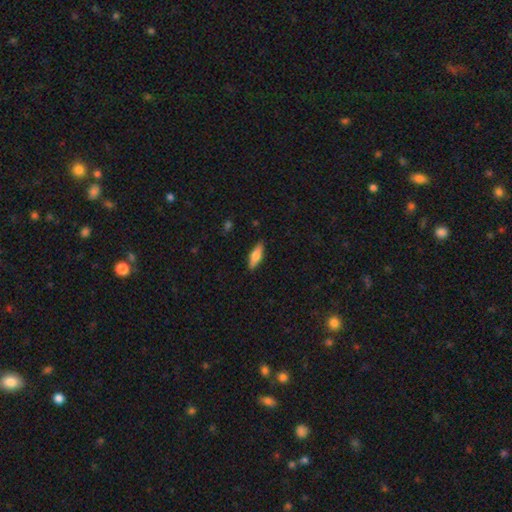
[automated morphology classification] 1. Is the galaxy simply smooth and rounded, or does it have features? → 63% smooth, 32% featured or disk, 6% star or artifact.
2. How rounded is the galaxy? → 52% in between, 45% cigar-shaped, 2% round.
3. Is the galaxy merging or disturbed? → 88% none, 9% minor disturbance, 2% major disturbance, 1% merger.